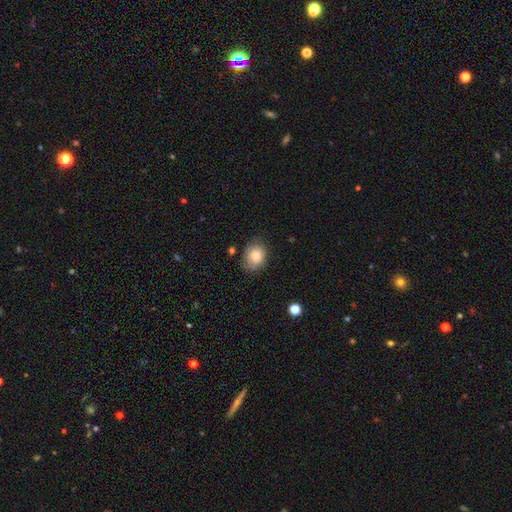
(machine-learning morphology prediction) smooth-or-featured: smooth: 80% | featured or disk: 12% | star or artifact: 9%
  how-rounded: in between: 53% | round: 46% | cigar-shaped: 1%
  merging: none: 74% | minor disturbance: 20% | major disturbance: 4% | merger: 2%